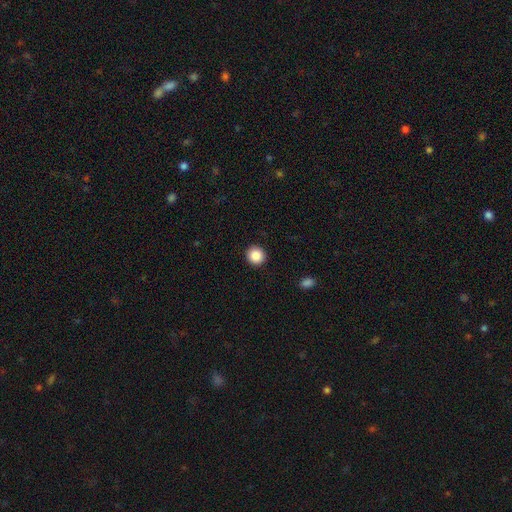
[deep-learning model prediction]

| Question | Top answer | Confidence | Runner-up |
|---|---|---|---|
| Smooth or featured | smooth | 87% | star or artifact (9%) |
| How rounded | round | 93% | in between (6%) |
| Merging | none | 92% | minor disturbance (5%) |